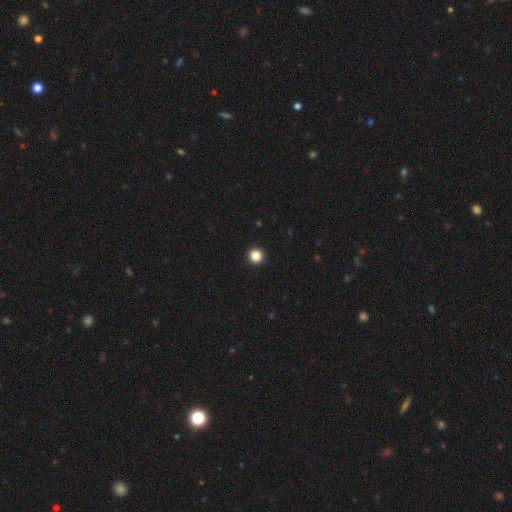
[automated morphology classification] Q: Smooth or featured?
A: smooth (85%); runner-up: star or artifact (11%)
Q: How rounded?
A: round (96%); runner-up: in between (3%)
Q: Merging?
A: none (94%); runner-up: minor disturbance (3%)